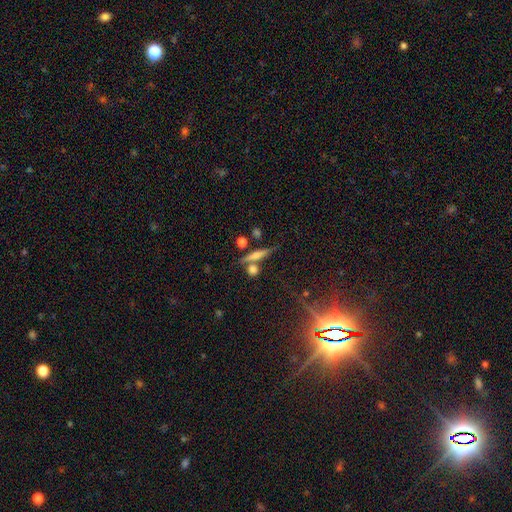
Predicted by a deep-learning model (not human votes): Smooth or featured: smooth — 49% (featured or disk — 40%)
Merging: none — 69% (merger — 16%)